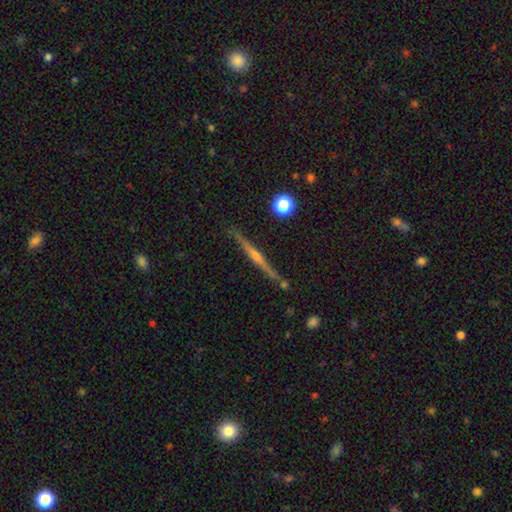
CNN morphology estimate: This is likely a featured or disk galaxy (72%). It is clearly viewed edge-on (98%). Edge-on bulge: likely rounded (63%). Merging: clearly none (86%).